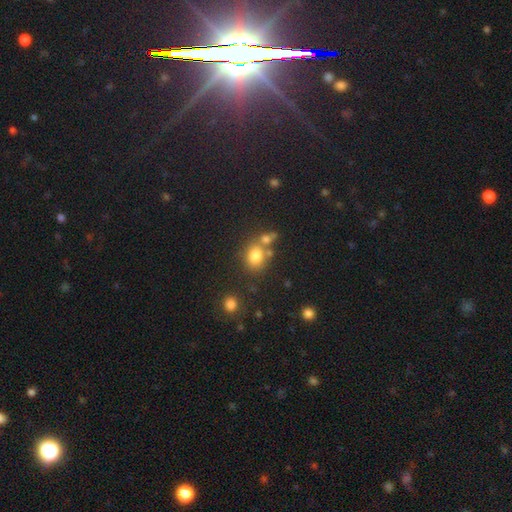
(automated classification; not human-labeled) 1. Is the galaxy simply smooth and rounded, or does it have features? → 78% smooth, 13% star or artifact, 9% featured or disk.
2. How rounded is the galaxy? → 59% round, 40% in between, 1% cigar-shaped.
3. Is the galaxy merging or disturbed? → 57% none, 25% merger, 12% minor disturbance, 5% major disturbance.